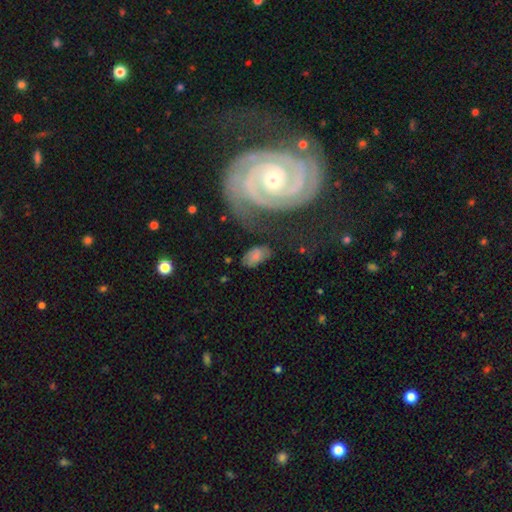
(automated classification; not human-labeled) This appears to be a smooth galaxy with no disk features (63%) that is in between round and cigar-shaped (92%). Merging: none (59%).